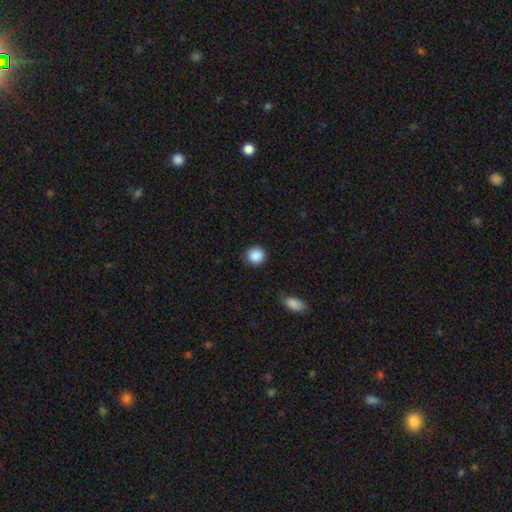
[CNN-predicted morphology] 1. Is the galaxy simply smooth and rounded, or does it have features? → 89% smooth, 8% star or artifact, 3% featured or disk.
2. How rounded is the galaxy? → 92% round, 7% in between, 1% cigar-shaped.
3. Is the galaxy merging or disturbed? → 89% none, 8% minor disturbance, 3% major disturbance, 1% merger.